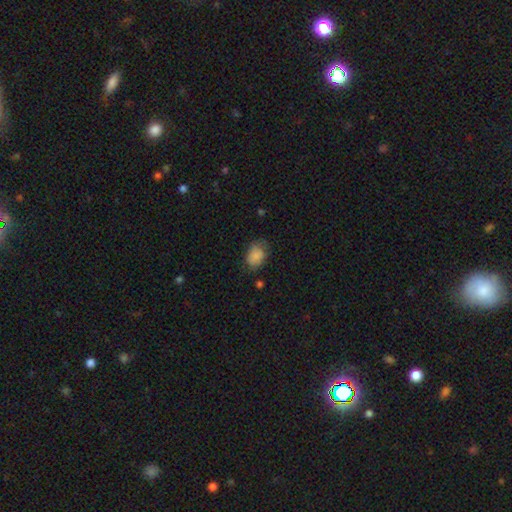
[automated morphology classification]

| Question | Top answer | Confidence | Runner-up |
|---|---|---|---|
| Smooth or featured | smooth | 83% | star or artifact (9%) |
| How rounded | in between | 72% | round (27%) |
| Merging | none | 58% | minor disturbance (29%) |